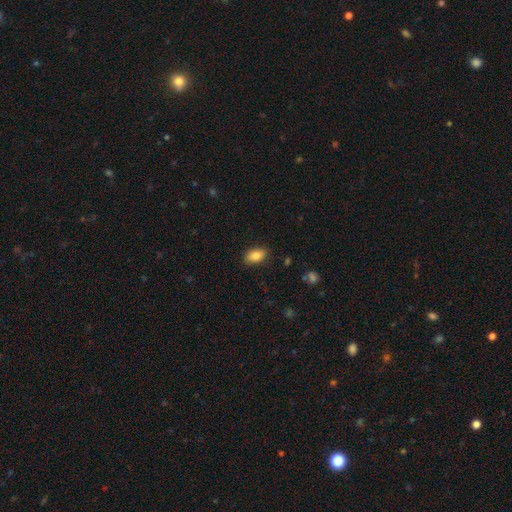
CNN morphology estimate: This appears to be a smooth galaxy with no disk features (85%) that is in between round and cigar-shaped (91%). Merging: none (85%).